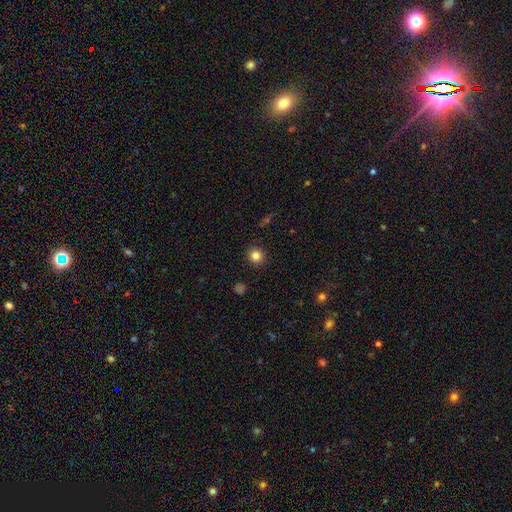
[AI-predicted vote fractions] A smooth galaxy with no disk features (83%) that is round (92%).

Vote fractions:
- Smooth or featured? smooth: 83% / star or artifact: 12% / featured or disk: 5%
- How rounded? round: 92% / in between: 7% / cigar-shaped: 1%
- Merging? none: 92% / minor disturbance: 5% / major disturbance: 2% / merger: 1%